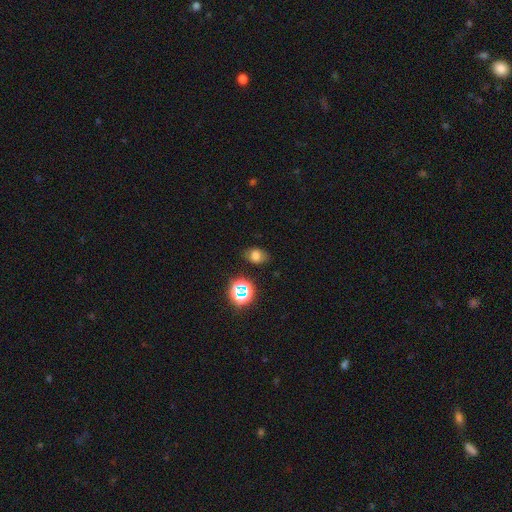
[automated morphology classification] A smooth galaxy with no disk features (70%) that is in between round and cigar-shaped (68%).

Vote fractions:
- Smooth or featured? smooth: 70% / star or artifact: 19% / featured or disk: 11%
- How rounded? in between: 68% / round: 31% / cigar-shaped: 1%
- Merging? none: 75% / minor disturbance: 18% / major disturbance: 5% / merger: 2%